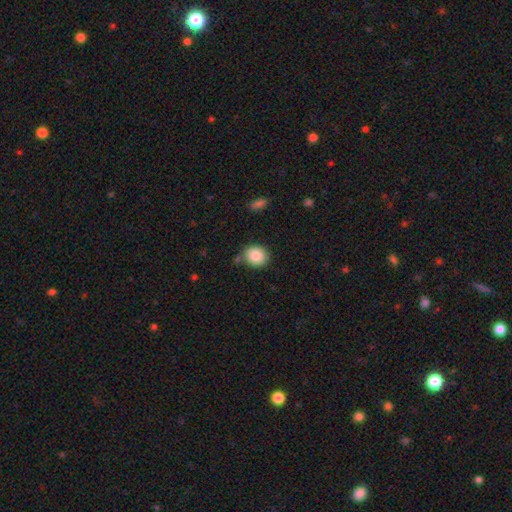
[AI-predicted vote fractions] Smooth or featured? Predicted: smooth (p=0.87). How rounded? Predicted: round (p=0.73). Merging? Predicted: none (p=0.77).